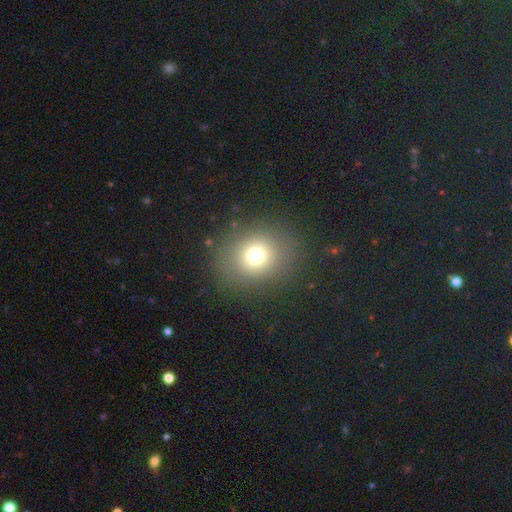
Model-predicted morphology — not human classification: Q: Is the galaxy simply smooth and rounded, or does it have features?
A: smooth — 72%.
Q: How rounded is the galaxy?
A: round — 73%.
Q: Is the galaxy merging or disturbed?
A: none — 85%.